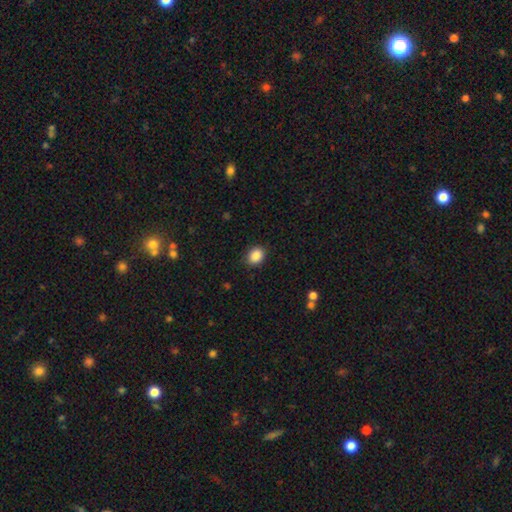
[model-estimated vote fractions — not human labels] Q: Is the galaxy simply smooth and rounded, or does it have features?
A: smooth — 88%.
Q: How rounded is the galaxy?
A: in between — 50%.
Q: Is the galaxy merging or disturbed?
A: none — 87%.